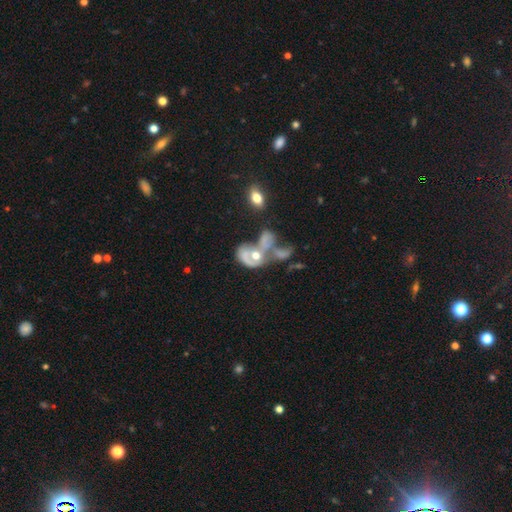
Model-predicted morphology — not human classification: Smooth or featured?
  - featured or disk: 53% *
  - smooth: 36%
  - star or artifact: 11%
Edge-on disk?
  - no: 96% *
  - yes: 4%
Bar?
  - no: 85% *
  - weak: 11%
  - strong: 4%
Spiral arms?
  - no: 70% *
  - yes: 30%
Bulge size?
  - moderate: 59% *
  - small: 15%
  - large: 13%
  - none: 11%
  - dominant: 3%
Merging?
  - merger: 58% *
  - major disturbance: 22%
  - none: 12%
  - minor disturbance: 8%